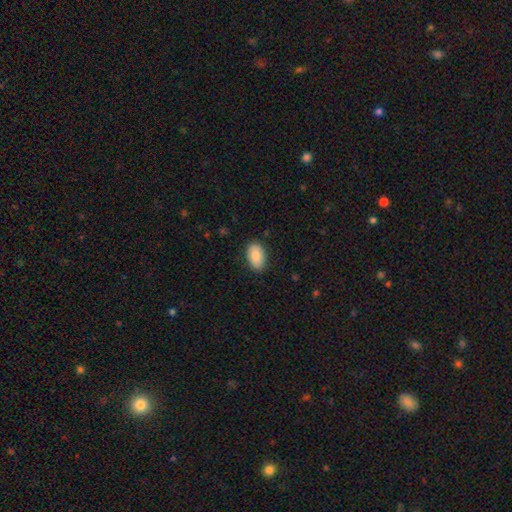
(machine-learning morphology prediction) smooth 83%, featured or disk 10%, star or artifact 7%. Down the decision tree: how rounded — in between (92%); merging — none (85%).